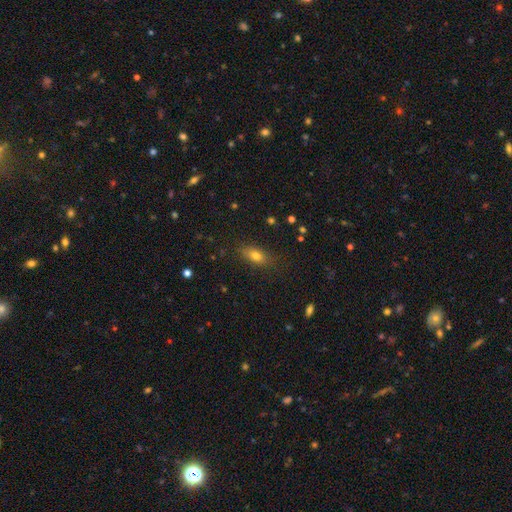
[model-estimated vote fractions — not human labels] Smooth or featured?
  - smooth: 75% *
  - featured or disk: 14%
  - star or artifact: 12%
How rounded?
  - in between: 76% *
  - cigar-shaped: 15%
  - round: 8%
Merging?
  - none: 83% *
  - minor disturbance: 13%
  - major disturbance: 4%
  - merger: 1%